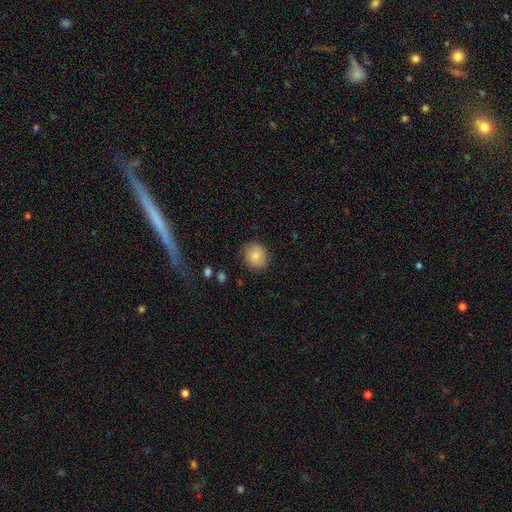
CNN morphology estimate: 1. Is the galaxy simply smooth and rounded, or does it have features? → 81% smooth, 11% featured or disk, 8% star or artifact.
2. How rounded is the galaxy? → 74% round, 25% in between, 1% cigar-shaped.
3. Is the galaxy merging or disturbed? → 81% none, 15% minor disturbance, 4% major disturbance, 1% merger.